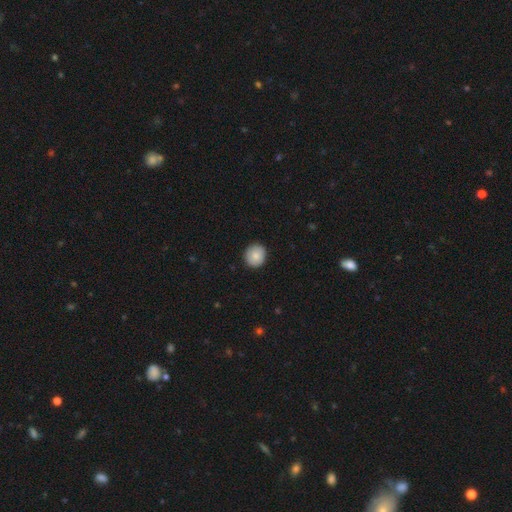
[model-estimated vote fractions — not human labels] This is clearly a smooth galaxy (85%). How rounded: clearly round (85%). Merging: clearly none (90%).